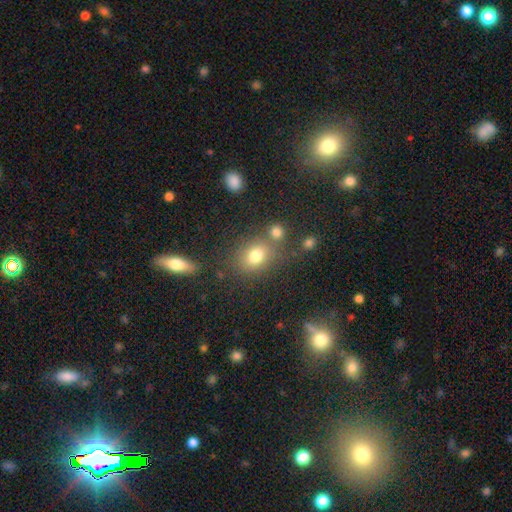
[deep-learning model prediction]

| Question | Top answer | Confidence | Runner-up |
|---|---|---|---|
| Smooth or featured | smooth | 76% | star or artifact (15%) |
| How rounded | round | 50% | in between (48%) |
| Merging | none | 66% | merger (16%) |